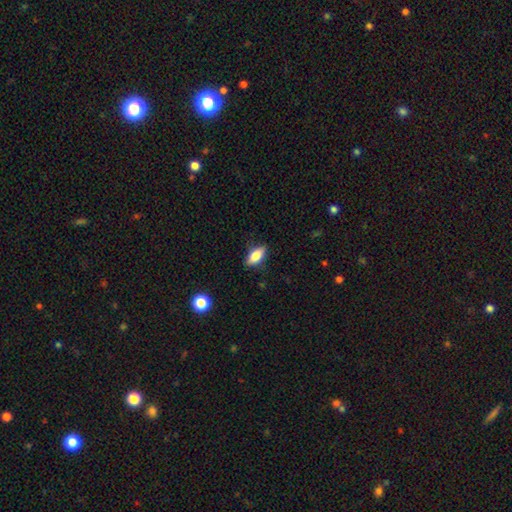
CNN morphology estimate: This appears to be a smooth galaxy with no disk features (79%) that is in between round and cigar-shaped (83%). Merging: none (84%).